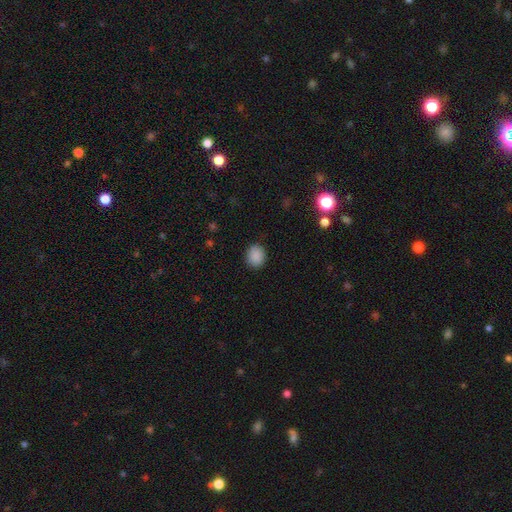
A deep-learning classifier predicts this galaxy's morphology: Q: Smooth or featured?
A: smooth (88%); runner-up: star or artifact (9%)
Q: How rounded?
A: round (69%); runner-up: in between (30%)
Q: Merging?
A: none (88%); runner-up: minor disturbance (8%)